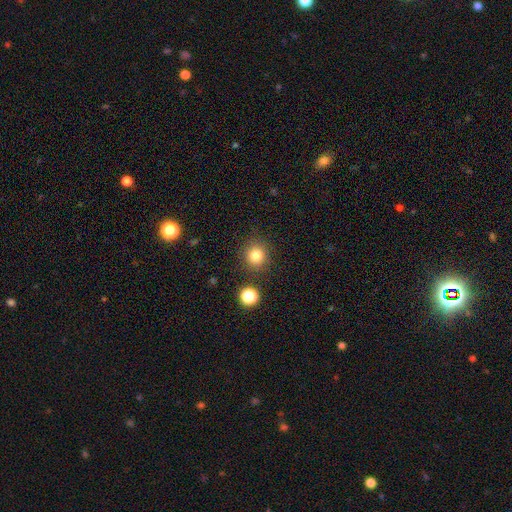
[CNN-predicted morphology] Overall: smooth (81%). How rounded: round (91%). Merging: none (87%).